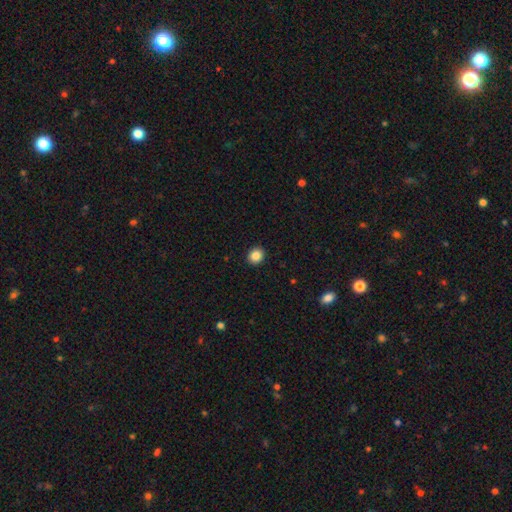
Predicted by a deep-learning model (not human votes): A smooth galaxy with no disk features (87%) that is round (74%). Merging: none (92%).